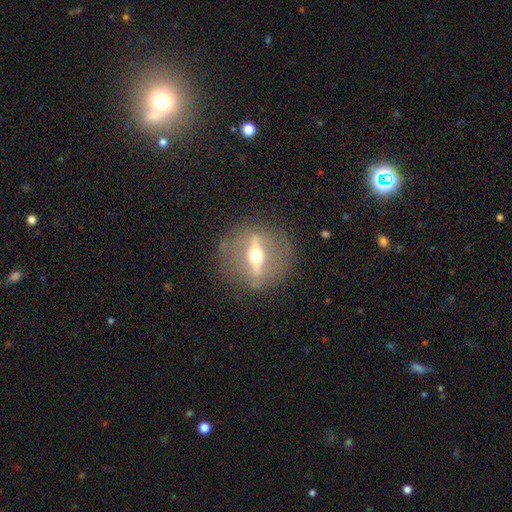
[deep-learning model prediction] Smooth or featured? featured or disk (81%)
Edge-on disk? yes (64%)
Edge-on bulge? rounded (96%)
Merging? none (83%)